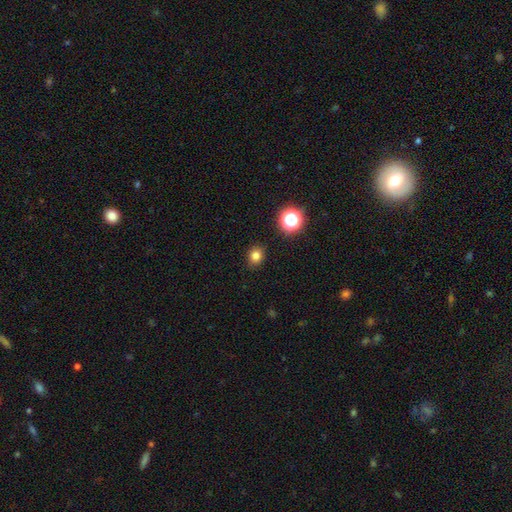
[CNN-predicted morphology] This is likely a smooth galaxy (79%). How rounded: likely round (67%). Merging: clearly none (88%).